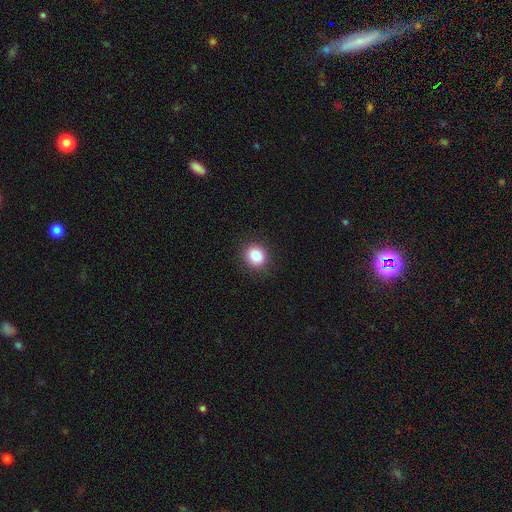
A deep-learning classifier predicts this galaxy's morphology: smooth 86%, star or artifact 10%, featured or disk 4%. Down the decision tree: how rounded — round (79%); merging — none (90%).